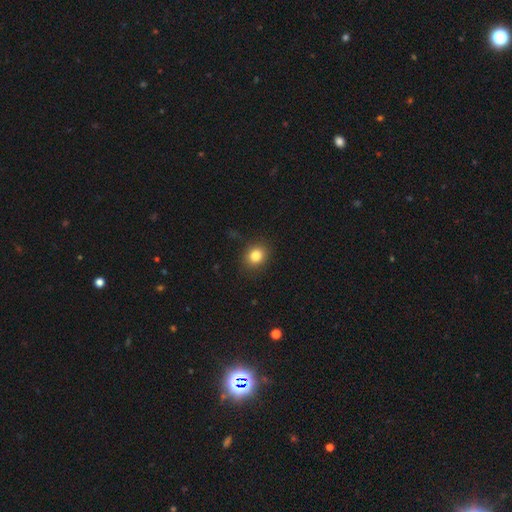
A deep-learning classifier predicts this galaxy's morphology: smooth 83%, star or artifact 11%, featured or disk 6%. Down the decision tree: how rounded — round (67%); merging — none (88%).